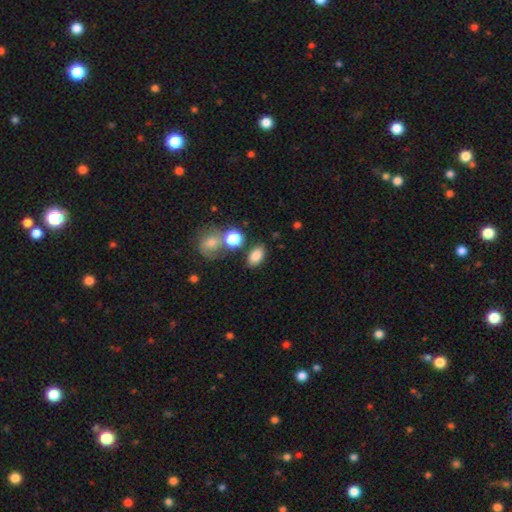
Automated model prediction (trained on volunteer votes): A smooth galaxy with no disk features (82%) that is in between round and cigar-shaped (85%). Merging: none (76%).